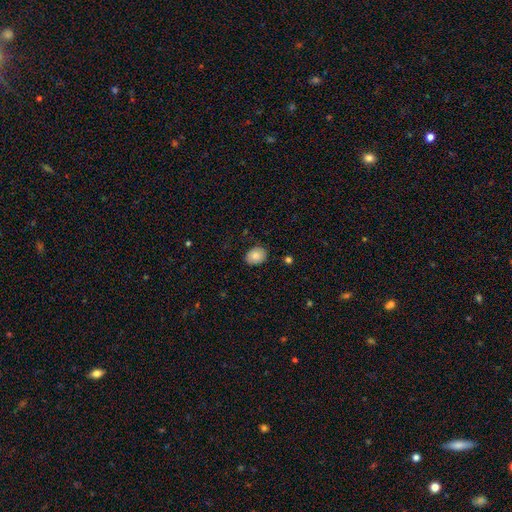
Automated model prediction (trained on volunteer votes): Smooth or featured?
  - smooth: 81% *
  - featured or disk: 11%
  - star or artifact: 8%
How rounded?
  - in between: 58% *
  - round: 41%
  - cigar-shaped: 1%
Merging?
  - none: 84% *
  - minor disturbance: 13%
  - major disturbance: 2%
  - merger: 1%